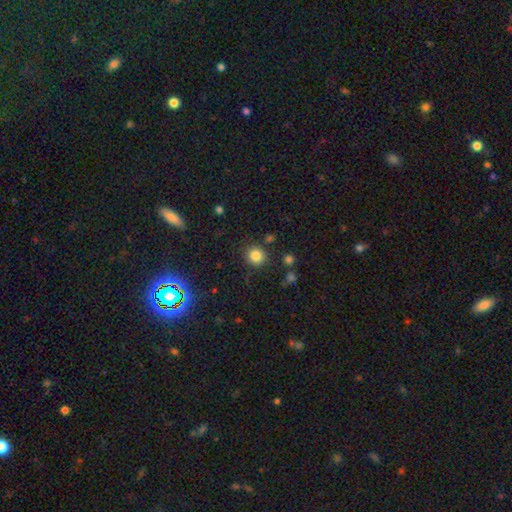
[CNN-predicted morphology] smooth-or-featured: smooth: 82% | star or artifact: 12% | featured or disk: 5%
  how-rounded: round: 90% | in between: 9% | cigar-shaped: 1%
  merging: none: 86% | minor disturbance: 8% | merger: 4% | major disturbance: 3%